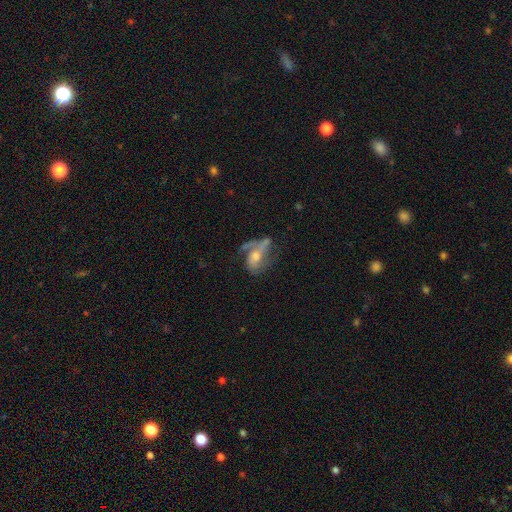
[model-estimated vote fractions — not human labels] A featured or disk galaxy (71%) with no bar (54%), 2 (55%) loose (45%) spiral arms (80%) and a moderate central bulge (56%). Merging: none (38%).